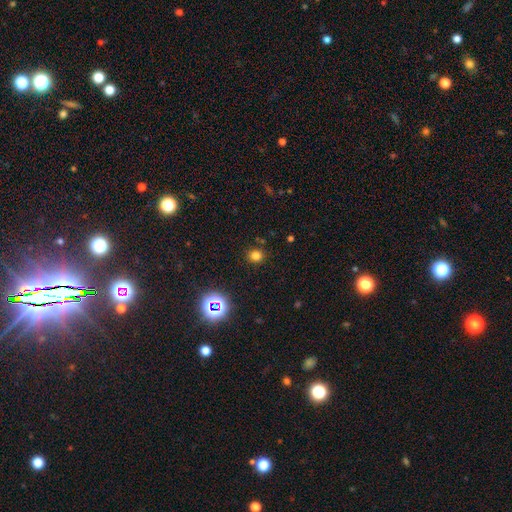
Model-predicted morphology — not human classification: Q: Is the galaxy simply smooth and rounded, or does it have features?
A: smooth — 75%.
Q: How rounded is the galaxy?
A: round — 84%.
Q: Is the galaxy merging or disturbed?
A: none — 88%.